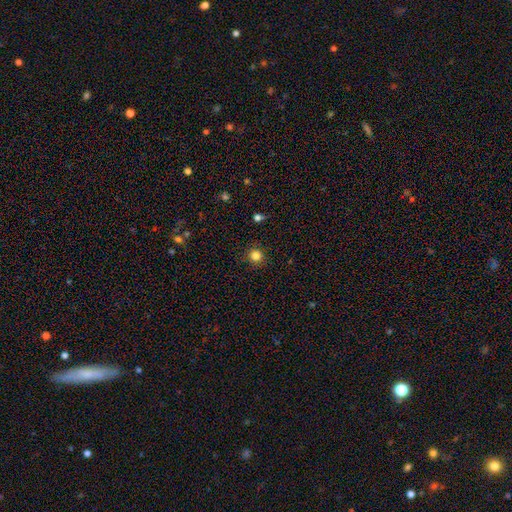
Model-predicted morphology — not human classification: Smooth or featured?
  - smooth: 83% *
  - star or artifact: 13%
  - featured or disk: 4%
How rounded?
  - round: 95% *
  - in between: 5%
  - cigar-shaped: 1%
Merging?
  - none: 91% *
  - minor disturbance: 6%
  - major disturbance: 2%
  - merger: 1%